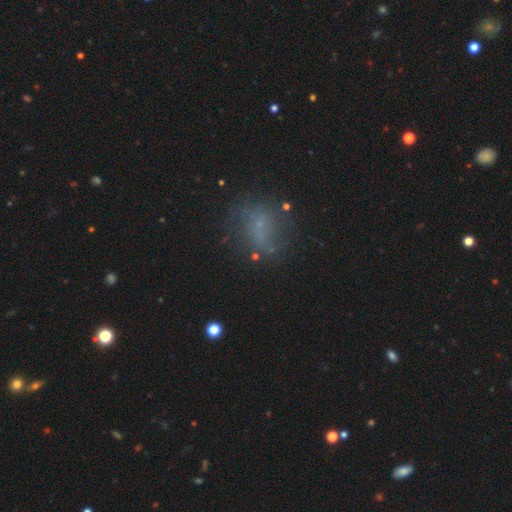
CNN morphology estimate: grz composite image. It shows a smooth galaxy with no disk features (42%). Merging: none (58%).